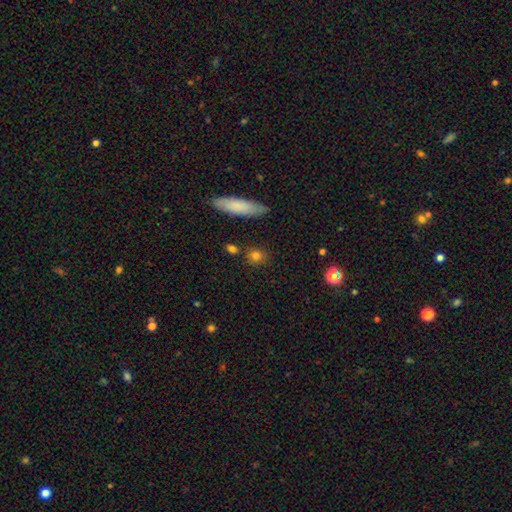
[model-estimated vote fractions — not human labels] smooth 80%, star or artifact 11%, featured or disk 9%. Down the decision tree: how rounded — round (66%); merging — none (82%).